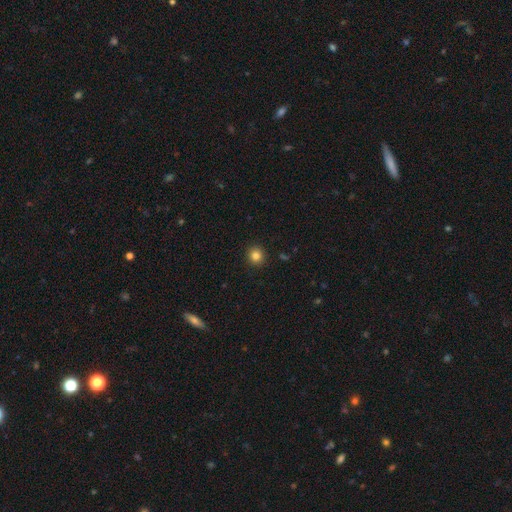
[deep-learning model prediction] Smooth or featured: smooth — 83% (star or artifact — 12%)
How rounded: round — 92% (in between — 7%)
Merging: none — 93% (minor disturbance — 5%)